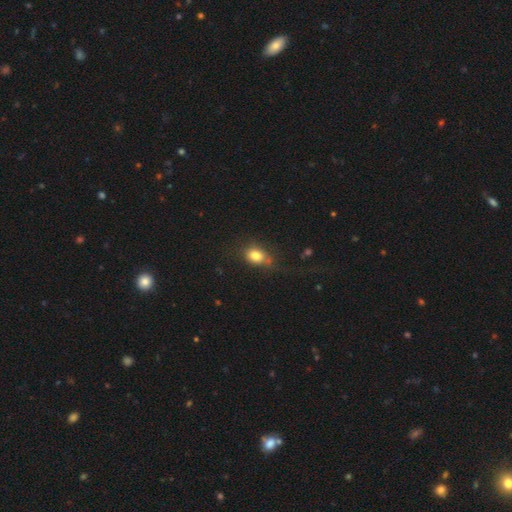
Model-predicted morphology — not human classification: Smooth or featured? Predicted: smooth (p=0.81). How rounded? Predicted: in between (p=0.65). Merging? Predicted: none (p=0.62).